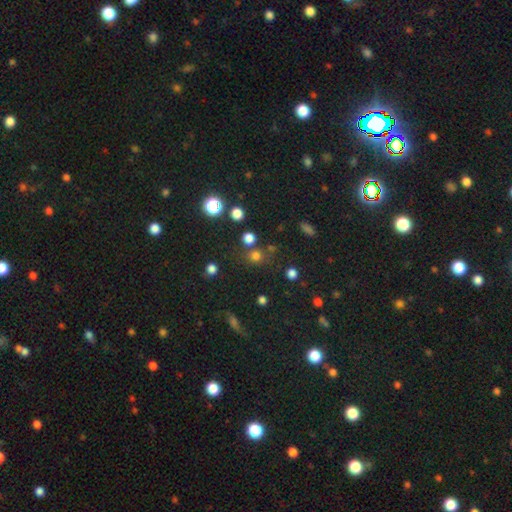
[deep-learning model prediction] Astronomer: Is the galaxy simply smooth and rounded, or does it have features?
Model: smooth — 68%.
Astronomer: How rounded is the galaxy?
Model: round — 86%.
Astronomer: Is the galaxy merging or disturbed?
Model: none — 70%.